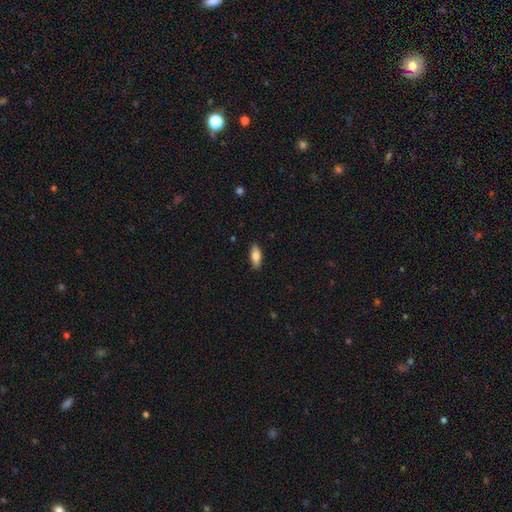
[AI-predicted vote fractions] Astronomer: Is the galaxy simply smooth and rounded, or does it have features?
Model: smooth — 81%.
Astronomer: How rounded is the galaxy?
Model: in between — 78%.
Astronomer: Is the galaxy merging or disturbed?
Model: none — 88%.